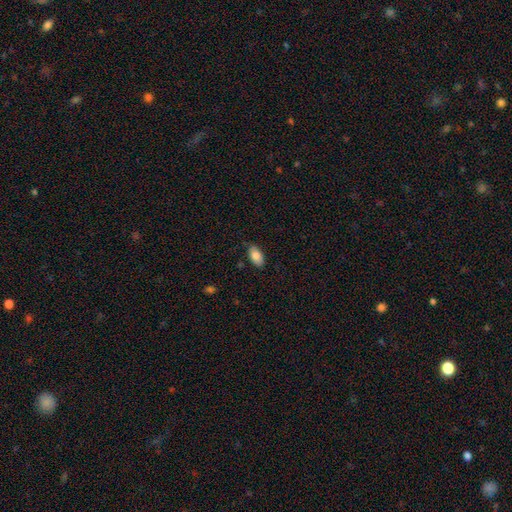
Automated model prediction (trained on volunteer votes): Q: Smooth or featured?
A: smooth (84%); runner-up: featured or disk (9%)
Q: How rounded?
A: in between (94%); runner-up: round (4%)
Q: Merging?
A: none (80%); runner-up: minor disturbance (16%)